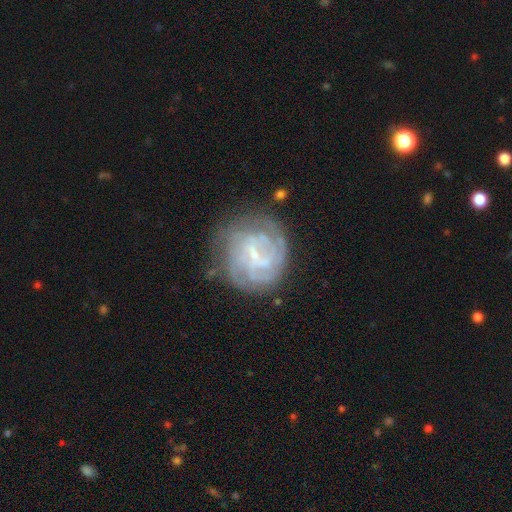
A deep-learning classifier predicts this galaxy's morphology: A featured or disk galaxy (78%) with a weak bar (53%), tight (64%) spiral arms (85%) and a small central bulge (71%).

Vote fractions:
- Smooth or featured? featured or disk: 78% / smooth: 14% / star or artifact: 8%
- Edge-on disk? no: 98% / yes: 2%
- Bar? weak: 53% / no: 31% / strong: 16%
- Spiral arms? yes: 85% / no: 15%
- Spiral winding? tight: 64% / medium: 28% / loose: 9%
- Spiral arm count? can't tell: 46% / 4: 15% / 3: 14% / 2: 12% / more than 4: 7% / 1: 5%
- Bulge size? small: 71% / none: 14% / moderate: 13% / large: 1% / dominant: 1%
- Merging? none: 68% / minor disturbance: 18% / major disturbance: 11% / merger: 3%